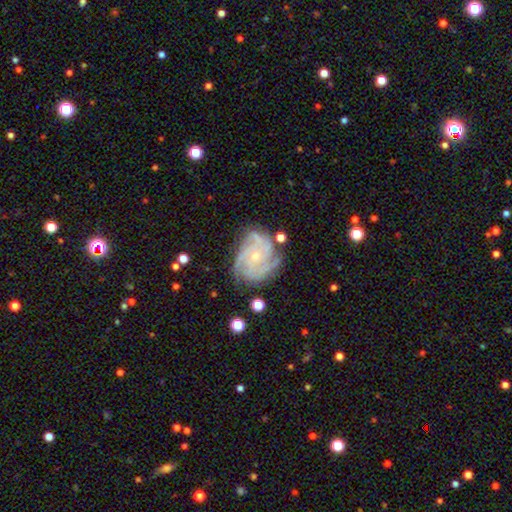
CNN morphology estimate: Smooth or featured? featured or disk (87%)
Edge-on disk? no (98%)
Bar? no (75%)
Spiral arms? yes (98%)
Spiral winding? tight (67%)
Spiral arm count? 4 (37%)
Bulge size? small (75%)
Merging? none (72%)